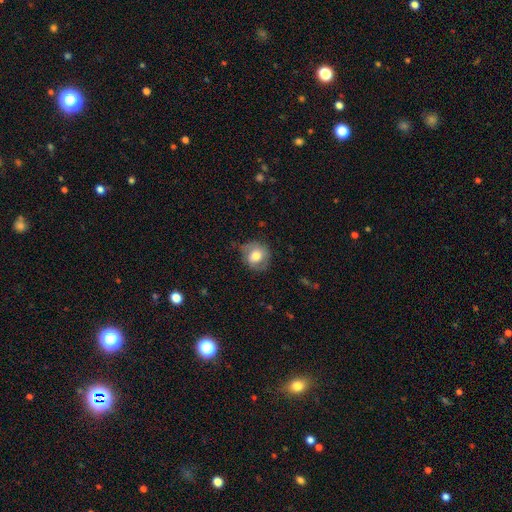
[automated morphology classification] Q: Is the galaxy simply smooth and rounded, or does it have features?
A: smooth — 65%.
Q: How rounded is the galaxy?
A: round — 78%.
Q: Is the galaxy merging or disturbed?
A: none — 63%.